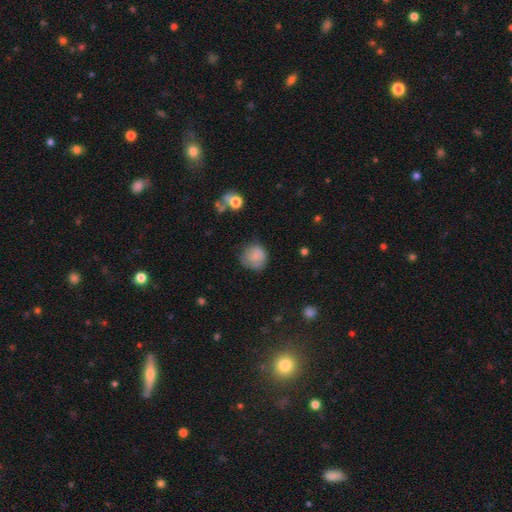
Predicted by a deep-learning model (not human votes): Smooth or featured? Predicted: smooth (p=0.73). How rounded? Predicted: round (p=0.86). Merging? Predicted: none (p=0.64).